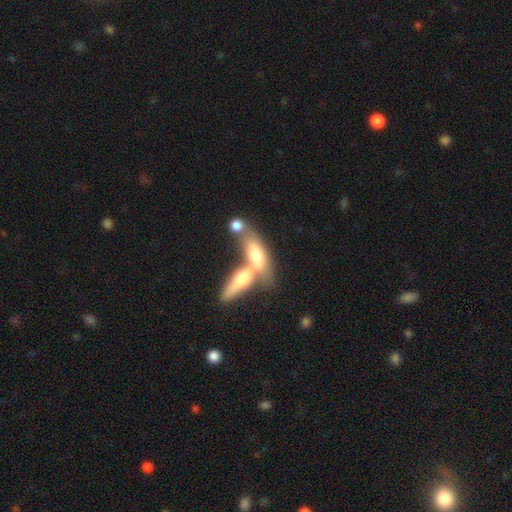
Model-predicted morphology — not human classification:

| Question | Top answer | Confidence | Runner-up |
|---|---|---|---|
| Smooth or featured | smooth | 60% | featured or disk (34%) |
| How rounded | in between | 62% | cigar-shaped (34%) |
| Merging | merger | 62% | none (25%) |